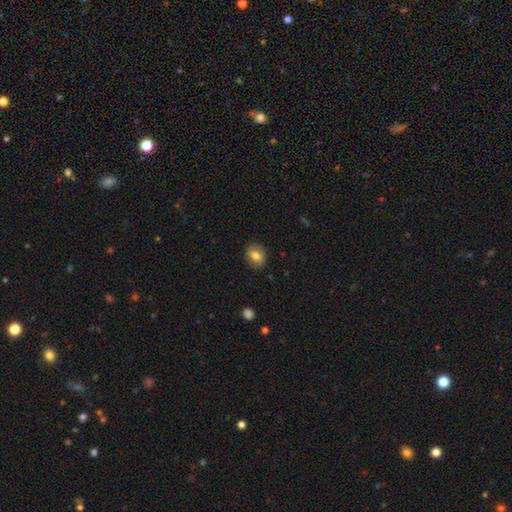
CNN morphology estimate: smooth-or-featured: smooth: 77% | featured or disk: 14% | star or artifact: 9%
  how-rounded: in between: 58% | round: 41% | cigar-shaped: 1%
  merging: none: 85% | minor disturbance: 11% | major disturbance: 3% | merger: 1%